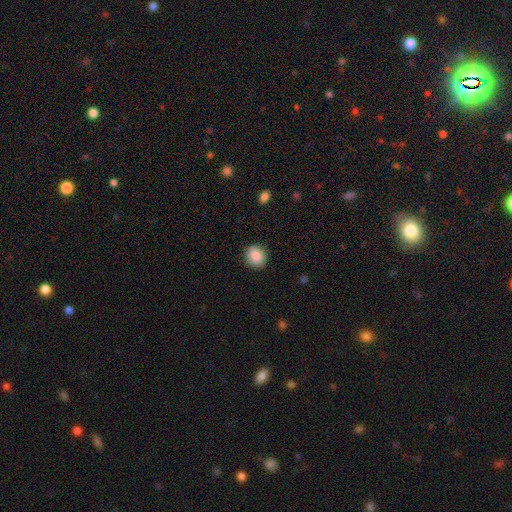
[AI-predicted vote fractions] This appears to be a smooth galaxy with no disk features (86%) that is round (72%). Merging: none (88%).